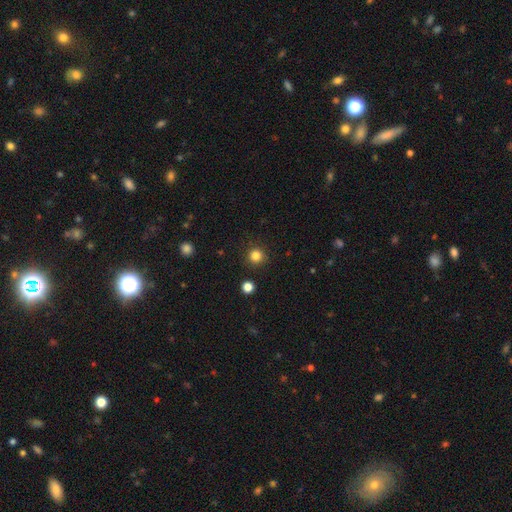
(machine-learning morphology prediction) Q: Smooth or featured?
A: smooth (83%); runner-up: star or artifact (13%)
Q: How rounded?
A: round (95%); runner-up: in between (4%)
Q: Merging?
A: none (90%); runner-up: minor disturbance (6%)